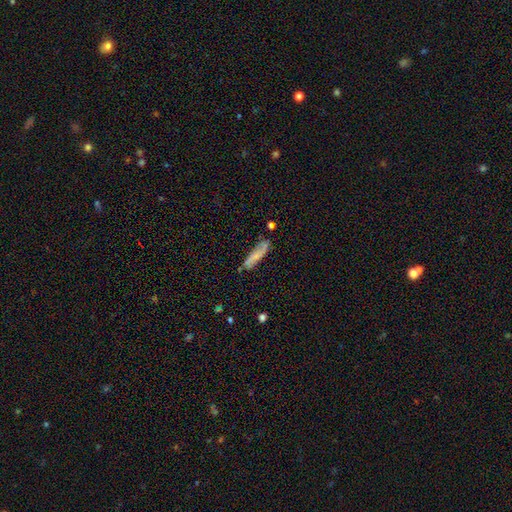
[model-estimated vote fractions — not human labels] smooth-or-featured: smooth: 57% | featured or disk: 36% | star or artifact: 7%
  how-rounded: cigar-shaped: 75% | in between: 22% | round: 2%
  merging: none: 64% | minor disturbance: 24% | major disturbance: 7% | merger: 6%